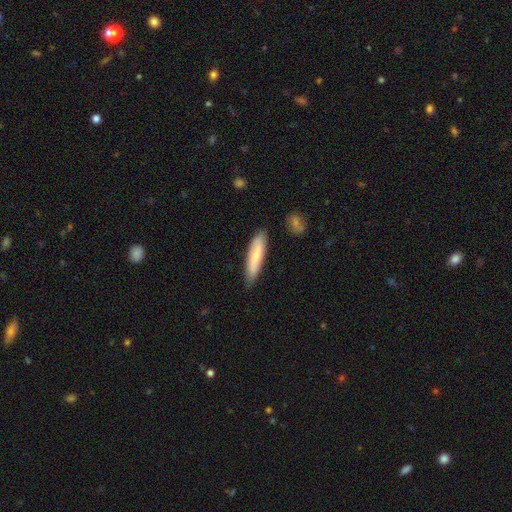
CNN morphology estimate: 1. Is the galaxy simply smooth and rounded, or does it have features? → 69% smooth, 25% featured or disk, 6% star or artifact.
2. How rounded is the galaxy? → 79% cigar-shaped, 20% in between, 1% round.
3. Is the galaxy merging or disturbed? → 81% none, 14% minor disturbance, 2% major disturbance, 2% merger.